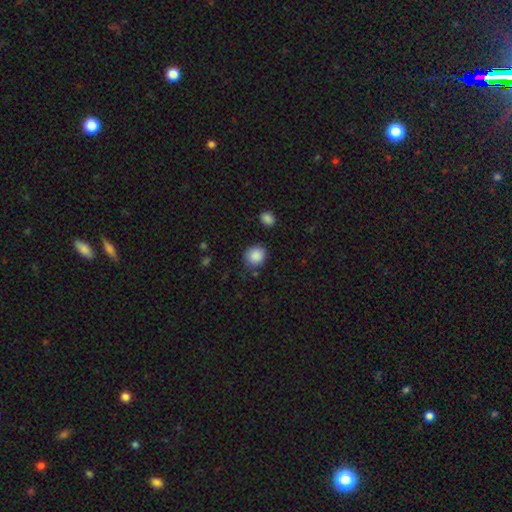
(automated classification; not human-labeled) smooth 88%, star or artifact 9%, featured or disk 3%. Down the decision tree: how rounded — round (82%); merging — none (83%).